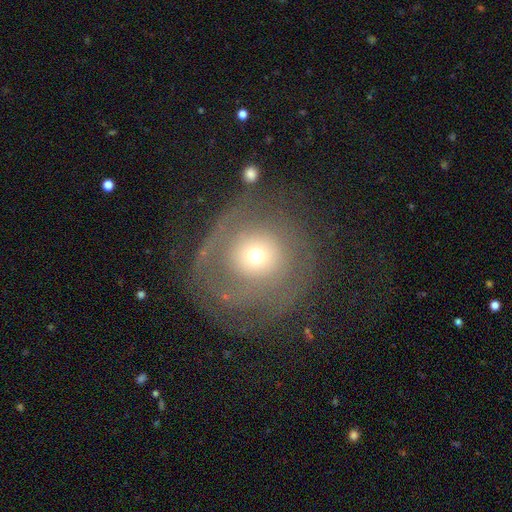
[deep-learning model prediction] Smooth or featured? Predicted: featured or disk (p=0.52). Edge-on disk? Predicted: no (p=0.95). Merging? Predicted: none (p=0.58).